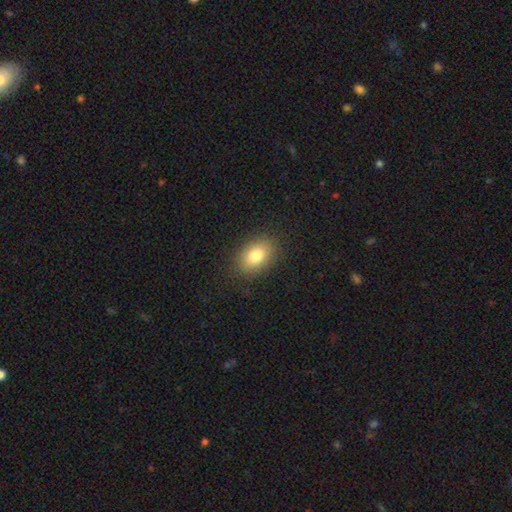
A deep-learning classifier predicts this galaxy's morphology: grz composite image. It shows a smooth galaxy with no disk features (80%) that is in between round and cigar-shaped (82%). Merging: none (86%).